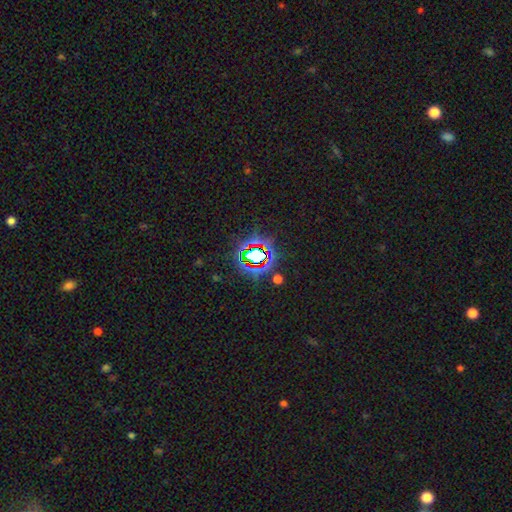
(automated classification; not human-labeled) Morphology: type=star or artifact (73%).